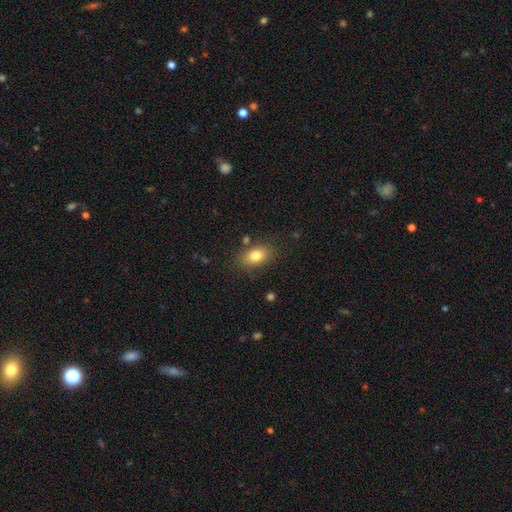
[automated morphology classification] Smooth or featured? Predicted: smooth (p=0.80). How rounded? Predicted: in between (p=0.83). Merging? Predicted: none (p=0.80).